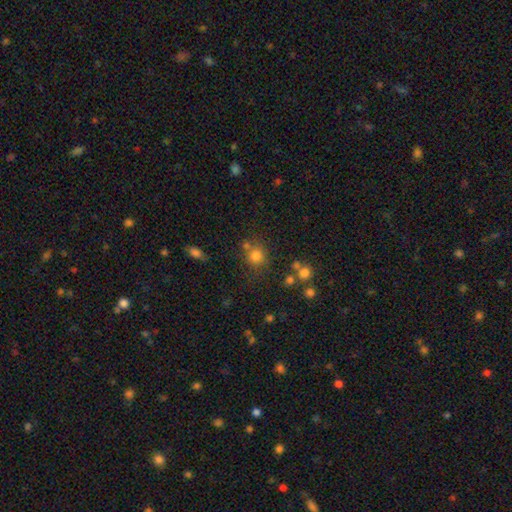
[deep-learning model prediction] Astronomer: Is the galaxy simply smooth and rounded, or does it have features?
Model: smooth — 77%.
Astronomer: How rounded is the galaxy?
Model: round — 86%.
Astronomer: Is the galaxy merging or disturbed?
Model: none — 68%.